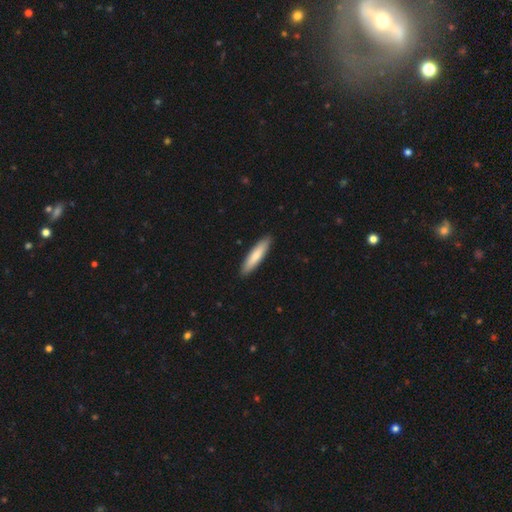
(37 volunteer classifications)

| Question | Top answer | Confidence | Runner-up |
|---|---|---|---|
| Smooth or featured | smooth | 70% | featured or disk (24%) |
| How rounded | cigar-shaped | 92% | in between (8%) |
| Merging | none | 86% | minor disturbance (9%) |